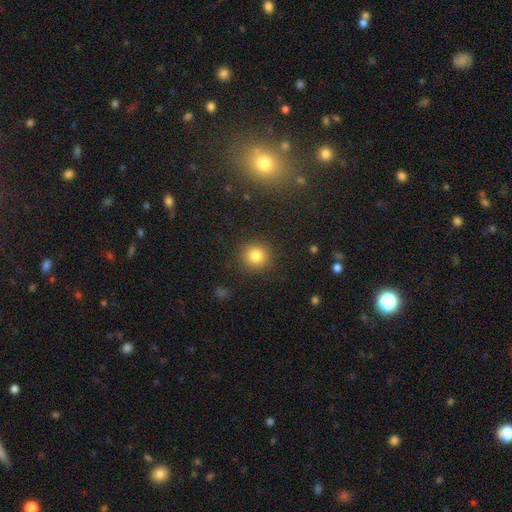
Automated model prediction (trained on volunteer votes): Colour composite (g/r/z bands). It shows a smooth galaxy with no disk features (82%) that is round (90%). Merging: none (88%).